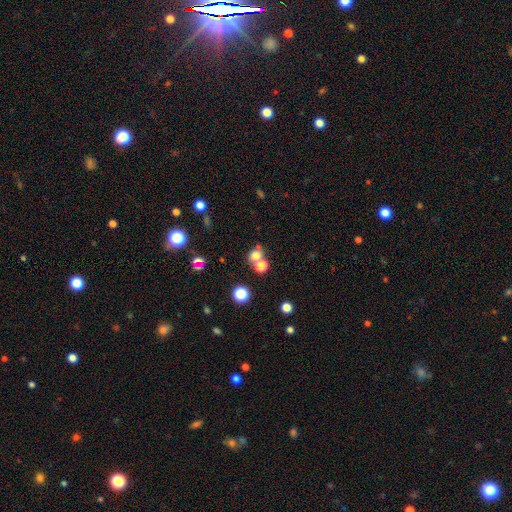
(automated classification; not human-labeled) Smooth or featured: smooth — 70% (star or artifact — 20%)
How rounded: round — 64% (in between — 35%)
Merging: none — 50% (merger — 36%)